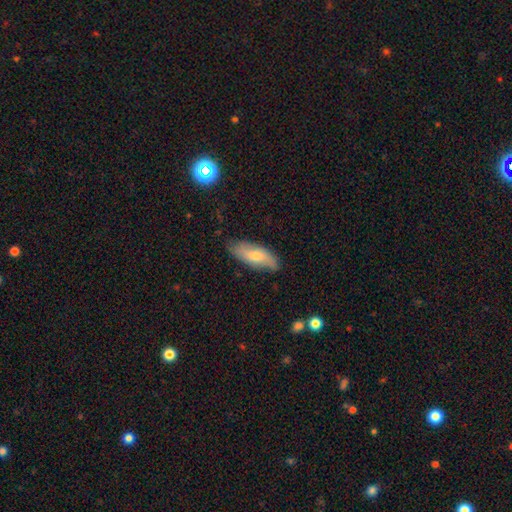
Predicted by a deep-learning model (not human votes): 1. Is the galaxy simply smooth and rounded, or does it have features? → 58% smooth, 35% featured or disk, 7% star or artifact.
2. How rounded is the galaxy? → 71% in between, 26% cigar-shaped, 3% round.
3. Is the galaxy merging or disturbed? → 78% none, 17% minor disturbance, 3% major disturbance, 1% merger.